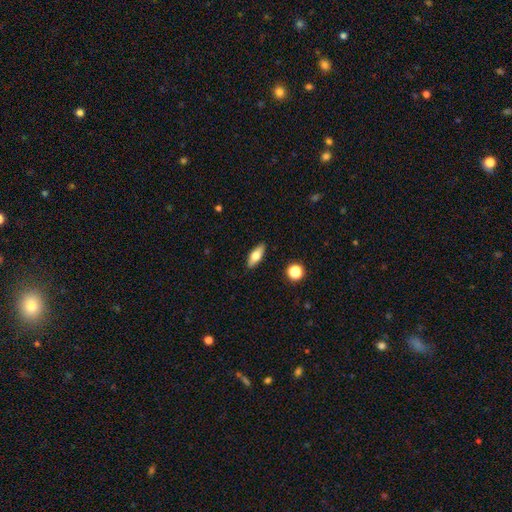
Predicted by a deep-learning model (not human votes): Smooth or featured?
  - smooth: 67% *
  - featured or disk: 26%
  - star or artifact: 7%
How rounded?
  - in between: 68% *
  - cigar-shaped: 29%
  - round: 3%
Merging?
  - none: 88% *
  - minor disturbance: 8%
  - major disturbance: 2%
  - merger: 1%